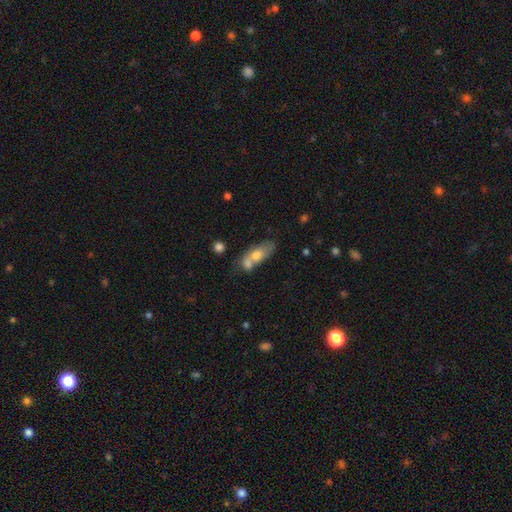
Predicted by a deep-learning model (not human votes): smooth_or_featured: smooth (p=0.67) [alt: featured or disk p=0.25]
how_rounded: in between (p=0.76) [alt: cigar-shaped p=0.17]
merging: merger (p=0.50) [alt: none p=0.29]